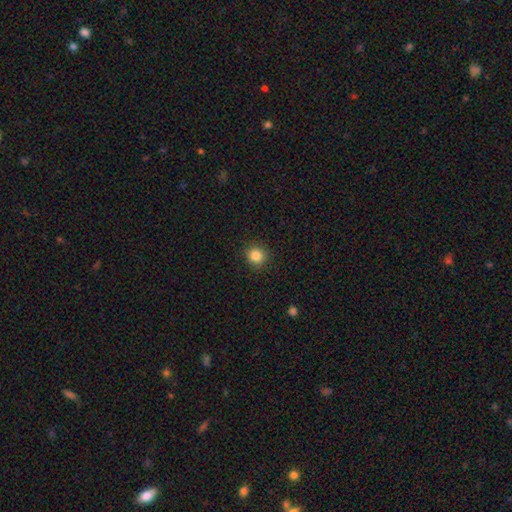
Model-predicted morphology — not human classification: Smooth or featured?
  - smooth: 84% *
  - star or artifact: 11%
  - featured or disk: 4%
How rounded?
  - round: 93% *
  - in between: 6%
  - cigar-shaped: 1%
Merging?
  - none: 91% *
  - minor disturbance: 6%
  - major disturbance: 2%
  - merger: 1%